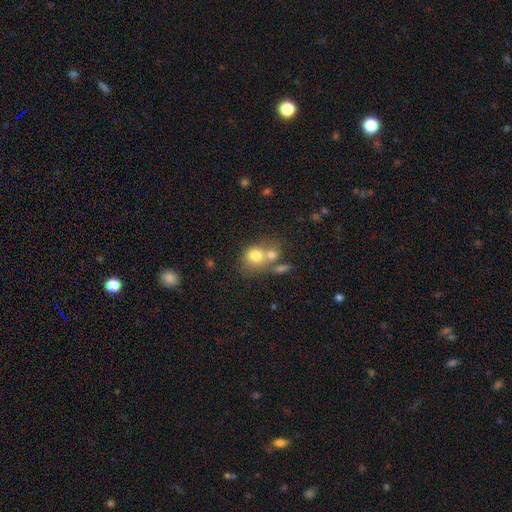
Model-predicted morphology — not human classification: smooth 75%, featured or disk 14%, star or artifact 11%. Down the decision tree: how rounded — round (69%); merging — merger (46%).